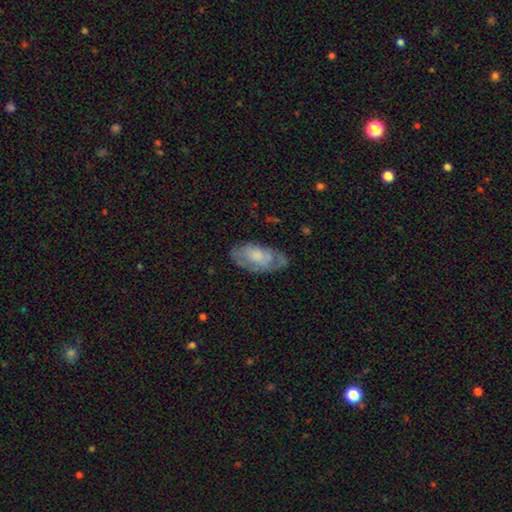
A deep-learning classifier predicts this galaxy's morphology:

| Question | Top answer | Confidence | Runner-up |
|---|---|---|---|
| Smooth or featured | featured or disk | 50% | smooth (43%) |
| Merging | none | 62% | minor disturbance (27%) |